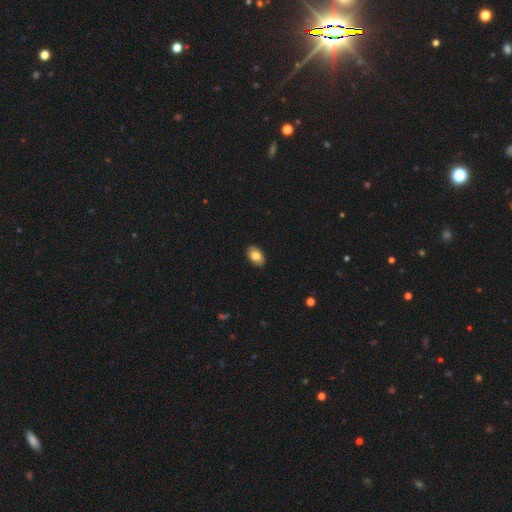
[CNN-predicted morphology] type=smooth (82%); roundness=in between (91%); merging=none (89%).